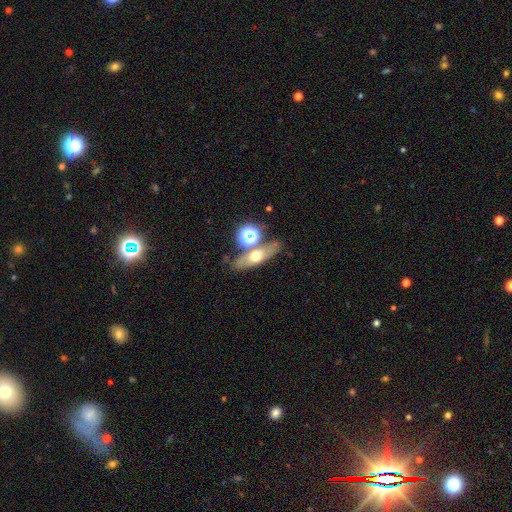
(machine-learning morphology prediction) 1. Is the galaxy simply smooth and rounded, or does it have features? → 44% smooth, 41% featured or disk, 15% star or artifact.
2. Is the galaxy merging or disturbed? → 70% none, 14% merger, 12% minor disturbance, 5% major disturbance.